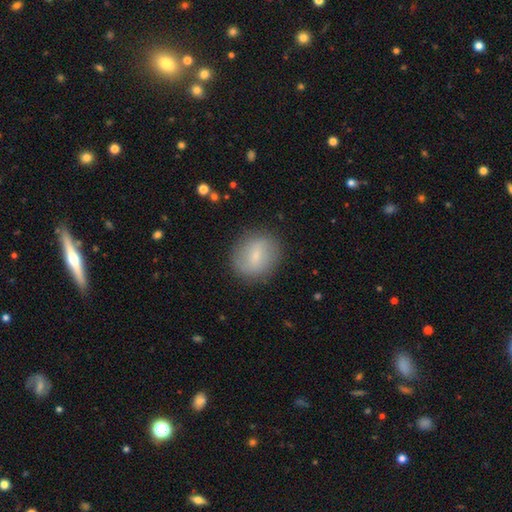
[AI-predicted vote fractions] Smooth or featured? Predicted: smooth (p=0.66). How rounded? Predicted: round (p=0.66). Merging? Predicted: none (p=0.85).